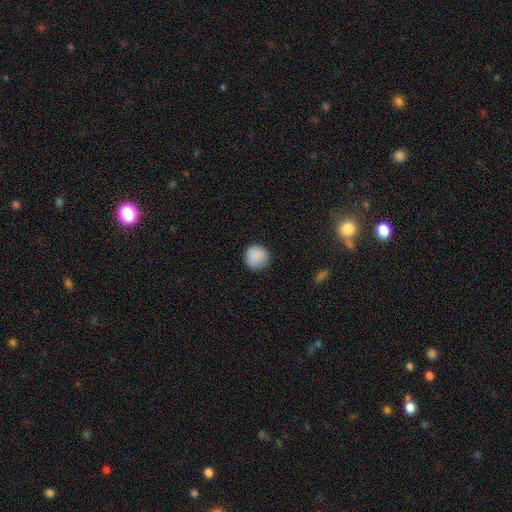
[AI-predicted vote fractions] smooth 88%, star or artifact 8%, featured or disk 4%. Down the decision tree: how rounded — round (93%); merging — none (85%).